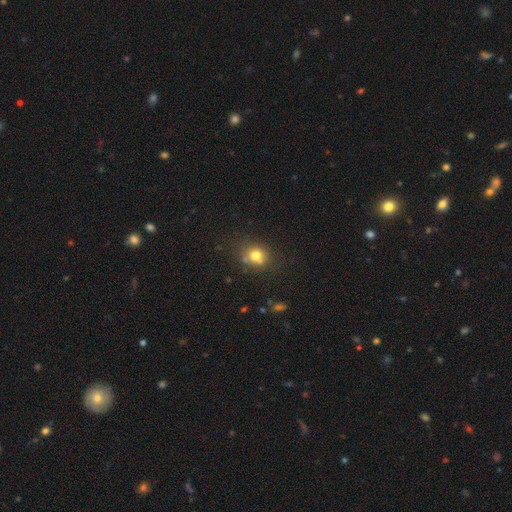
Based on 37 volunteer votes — Volunteers were most divided on "merging": none: 63%, merger: 17%, minor disturbance: 14%, major disturbance: 6%. More confident: smooth or featured — smooth (86%); how rounded — round (84%).